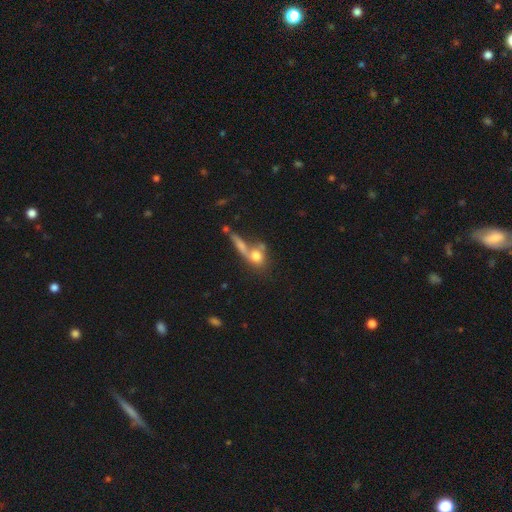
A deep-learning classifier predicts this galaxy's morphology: smooth_or_featured: smooth (p=0.68) [alt: featured or disk p=0.21]
how_rounded: round (p=0.52) [alt: in between p=0.35]
merging: merger (p=0.43) [alt: none p=0.35]